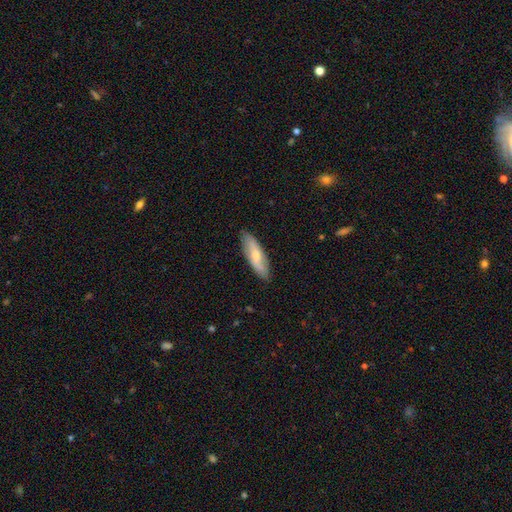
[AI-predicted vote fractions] Smooth or featured?
  - smooth: 59% *
  - featured or disk: 35%
  - star or artifact: 6%
How rounded?
  - in between: 52% *
  - cigar-shaped: 46%
  - round: 2%
Merging?
  - none: 84% *
  - minor disturbance: 12%
  - major disturbance: 2%
  - merger: 1%